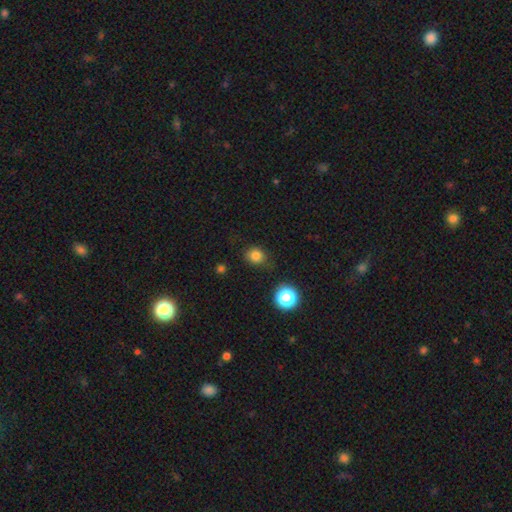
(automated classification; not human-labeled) Overall: smooth (80%). How rounded: round (75%). Merging: none (80%).